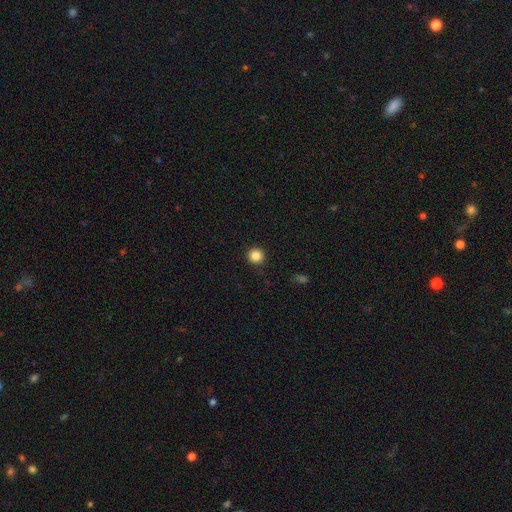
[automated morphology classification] A smooth galaxy with no disk features (85%) that is round (95%).

Vote fractions:
- Smooth or featured? smooth: 85% / star or artifact: 11% / featured or disk: 4%
- How rounded? round: 95% / in between: 4% / cigar-shaped: 1%
- Merging? none: 92% / minor disturbance: 5% / major disturbance: 2% / merger: 1%